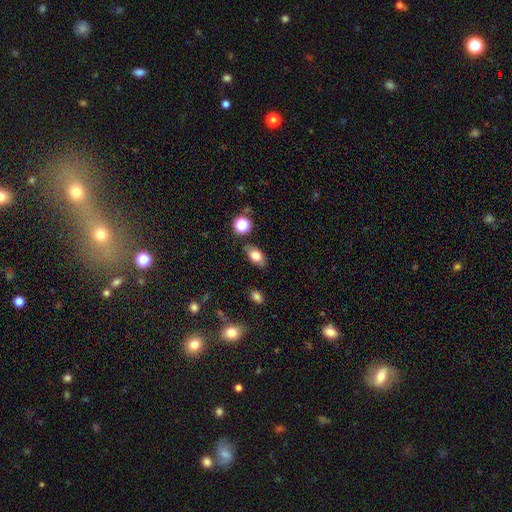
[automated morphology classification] smooth-or-featured: smooth: 78% | featured or disk: 12% | star or artifact: 10%
  how-rounded: in between: 86% | round: 11% | cigar-shaped: 3%
  merging: none: 82% | minor disturbance: 13% | major disturbance: 3% | merger: 3%